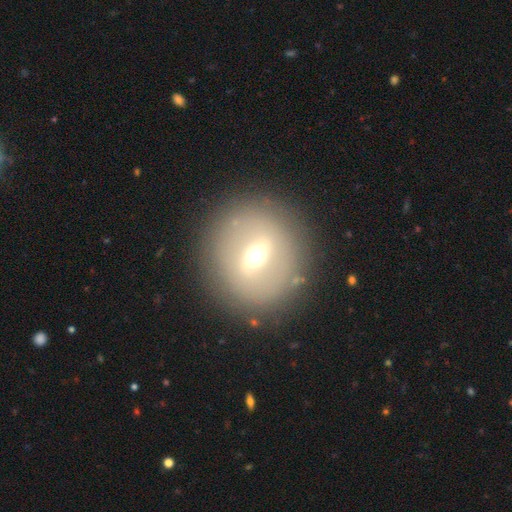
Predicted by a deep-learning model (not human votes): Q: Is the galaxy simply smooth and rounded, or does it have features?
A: featured or disk — 55%.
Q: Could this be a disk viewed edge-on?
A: no — 85%.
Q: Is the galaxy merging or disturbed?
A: none — 86%.